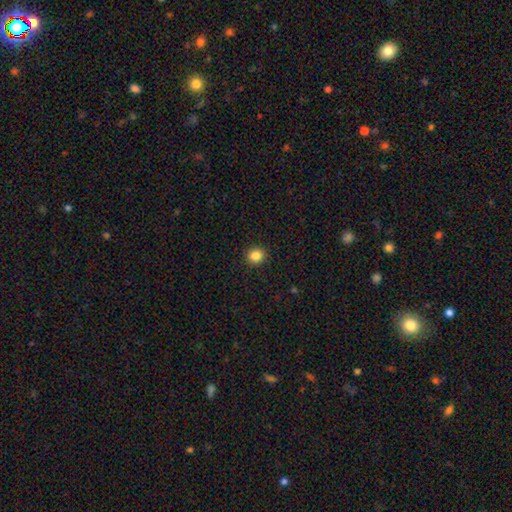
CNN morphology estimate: A smooth galaxy with no disk features (85%) that is round (85%). Merging: none (91%).